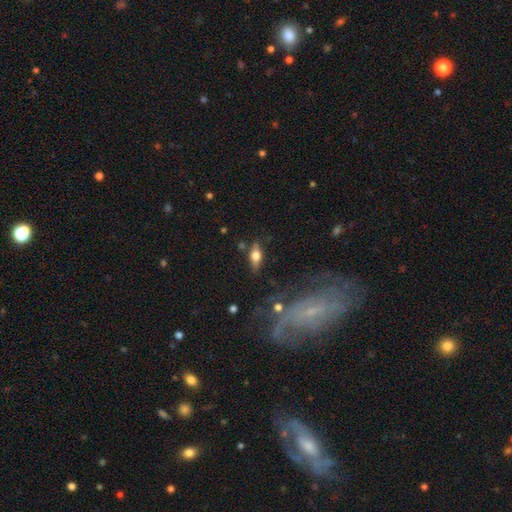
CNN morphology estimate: smooth 53%, featured or disk 39%, star or artifact 8%. Down the decision tree: how rounded — in between (73%); merging — none (78%).